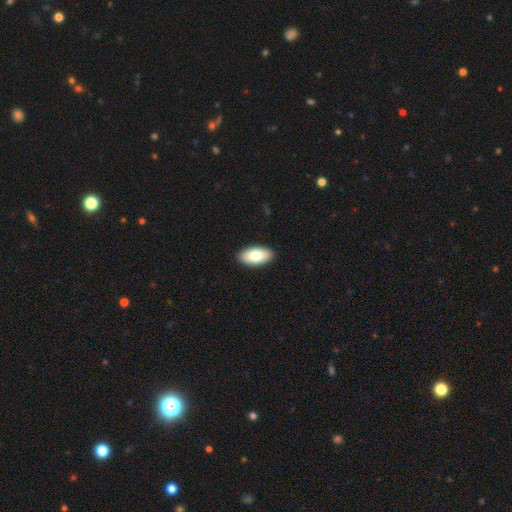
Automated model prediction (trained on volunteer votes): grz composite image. It shows a smooth galaxy with no disk features (78%) that is in between round and cigar-shaped (94%). Merging: none (91%).